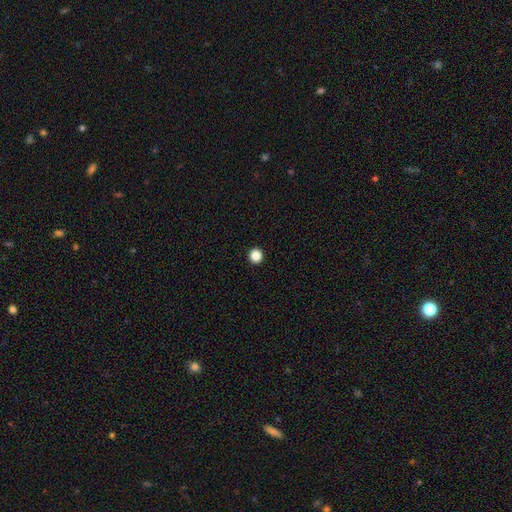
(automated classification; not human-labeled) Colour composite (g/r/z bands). It shows a smooth galaxy with no disk features (86%) that is round (95%). Merging: none (94%).